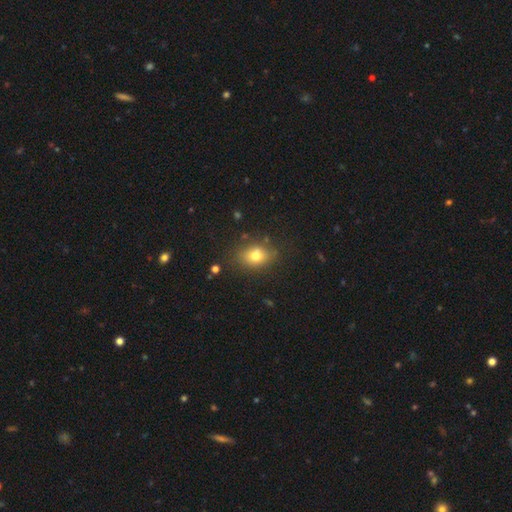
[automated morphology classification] A smooth galaxy with no disk features (77%) that is in between round and cigar-shaped (62%).

Vote fractions:
- Smooth or featured? smooth: 77% / star or artifact: 12% / featured or disk: 11%
- How rounded? in between: 62% / round: 36% / cigar-shaped: 1%
- Merging? none: 81% / minor disturbance: 13% / major disturbance: 4% / merger: 2%